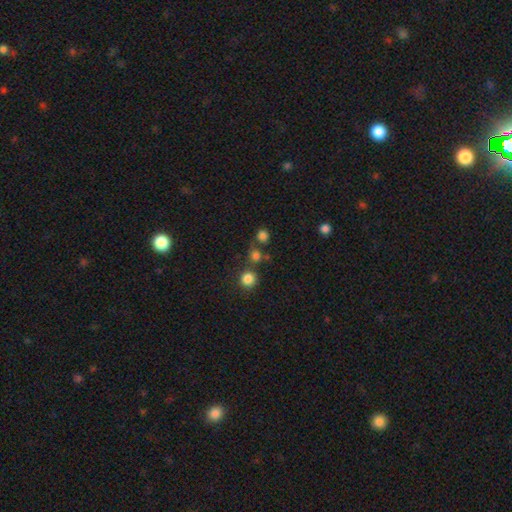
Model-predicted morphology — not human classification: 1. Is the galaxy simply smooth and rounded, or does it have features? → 78% smooth, 16% star or artifact, 6% featured or disk.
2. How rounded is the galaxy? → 89% round, 10% in between, 1% cigar-shaped.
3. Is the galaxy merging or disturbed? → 68% none, 18% merger, 9% minor disturbance, 5% major disturbance.